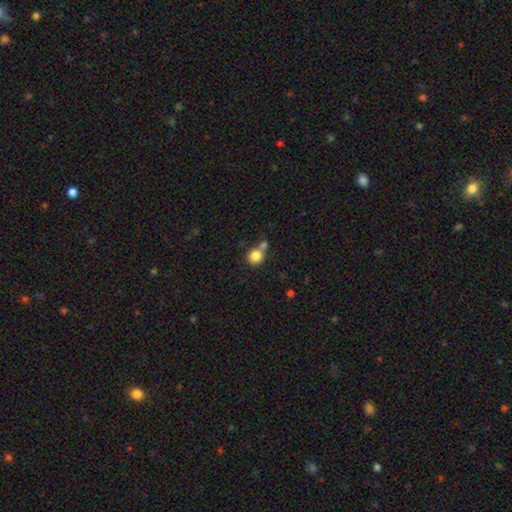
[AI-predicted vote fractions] Morphology: type=smooth (83%); roundness=round (90%); merging=none (57%).